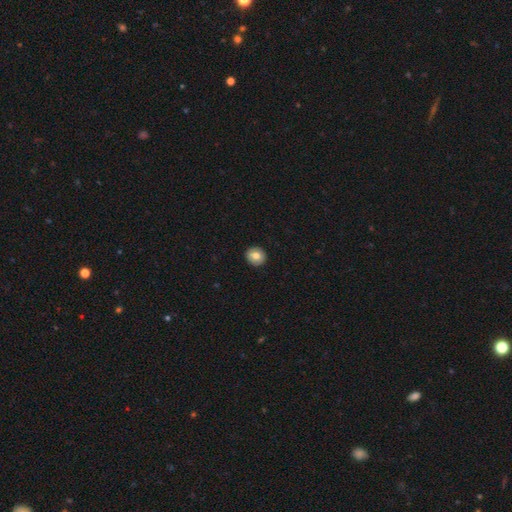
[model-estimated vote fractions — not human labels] Smooth or featured: smooth — 76% (featured or disk — 16%)
How rounded: round — 88% (in between — 11%)
Merging: none — 92% (minor disturbance — 6%)